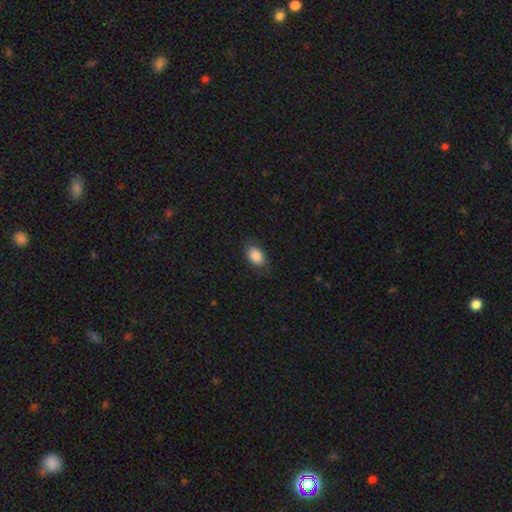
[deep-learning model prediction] This appears to be a smooth galaxy with no disk features (88%) that is in between round and cigar-shaped (87%). Merging: none (81%).